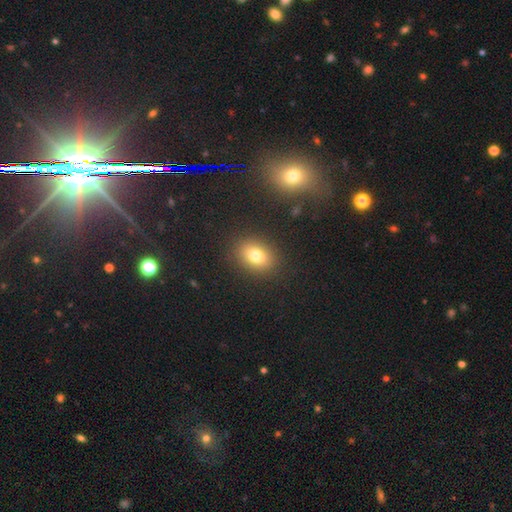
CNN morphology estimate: smooth-or-featured: smooth: 77% | star or artifact: 13% | featured or disk: 10%
  how-rounded: in between: 64% | round: 35% | cigar-shaped: 1%
  merging: none: 88% | minor disturbance: 8% | major disturbance: 3% | merger: 1%